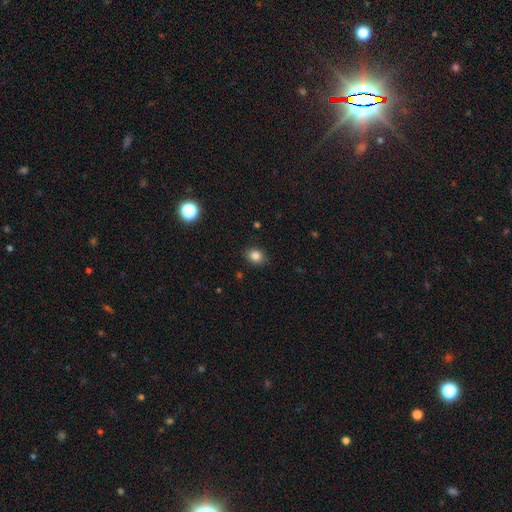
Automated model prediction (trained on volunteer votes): Smooth or featured? Predicted: smooth (p=0.84). How rounded? Predicted: round (p=0.58). Merging? Predicted: none (p=0.86).